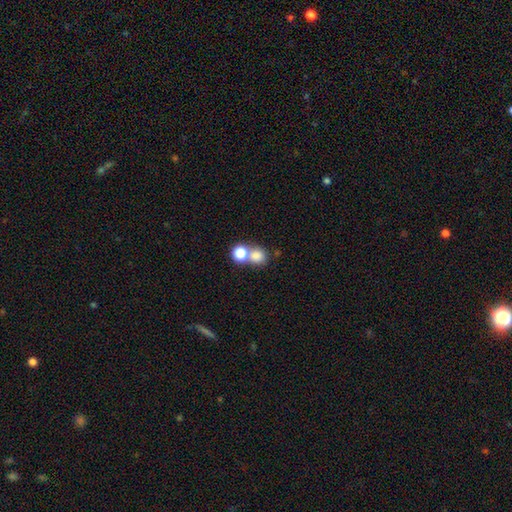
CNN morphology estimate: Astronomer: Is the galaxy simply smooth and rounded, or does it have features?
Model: smooth — 78%.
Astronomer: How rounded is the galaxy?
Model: round — 81%.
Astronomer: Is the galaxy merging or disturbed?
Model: merger — 47% (runner-up: none, 43%).